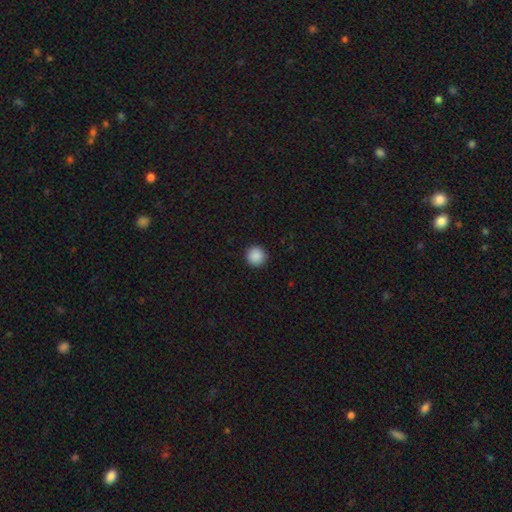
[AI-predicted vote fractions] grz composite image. It shows a smooth galaxy with no disk features (89%) that is round (96%). Merging: none (93%).